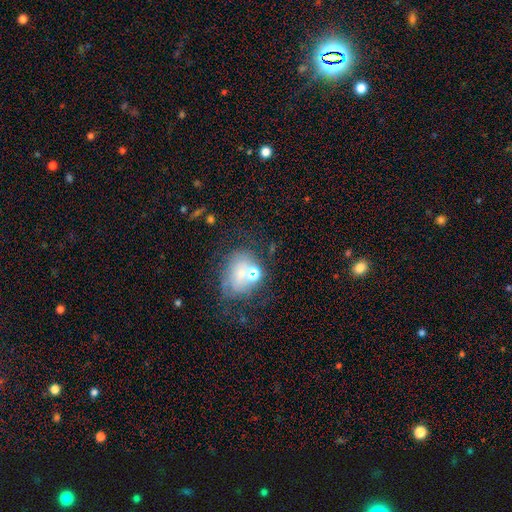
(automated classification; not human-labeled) smooth-or-featured: smooth: 36% | featured or disk: 32% | star or artifact: 32%
  merging: none: 49% | minor disturbance: 20% | major disturbance: 19% | merger: 12%